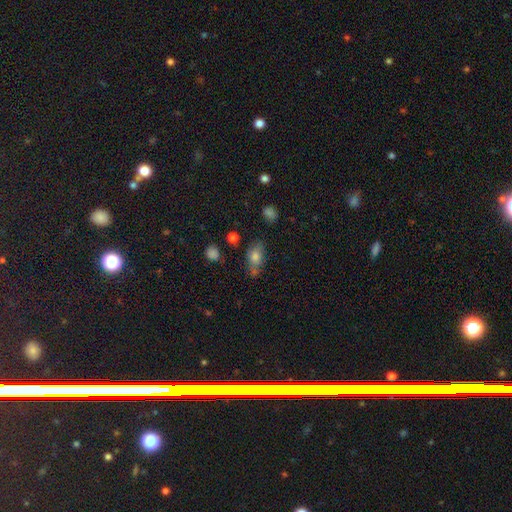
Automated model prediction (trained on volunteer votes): A smooth galaxy with no disk features (68%) that is in between round and cigar-shaped (76%). Merging: none (65%).